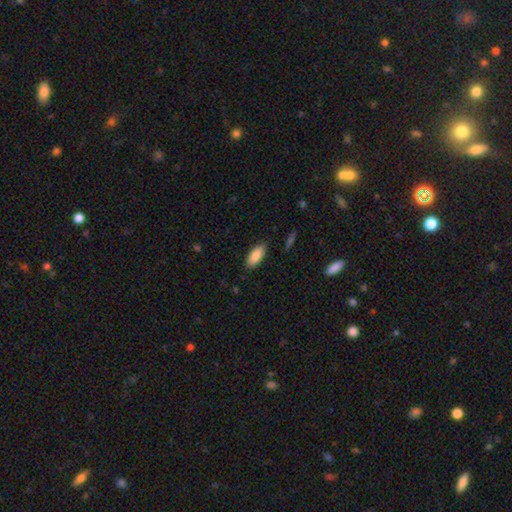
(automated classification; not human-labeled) smooth_or_featured: smooth (p=0.87) [alt: featured or disk p=0.07]
how_rounded: in between (p=0.79) [alt: cigar-shaped p=0.19]
merging: none (p=0.86) [alt: minor disturbance p=0.10]